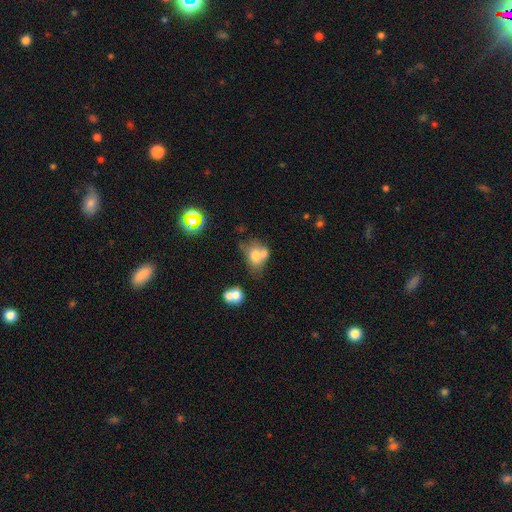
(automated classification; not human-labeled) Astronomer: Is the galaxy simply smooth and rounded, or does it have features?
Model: smooth — 65%.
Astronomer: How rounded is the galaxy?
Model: in between — 58% (runner-up: round, 40%).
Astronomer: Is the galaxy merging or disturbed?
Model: merger — 44% (runner-up: none, 29%).